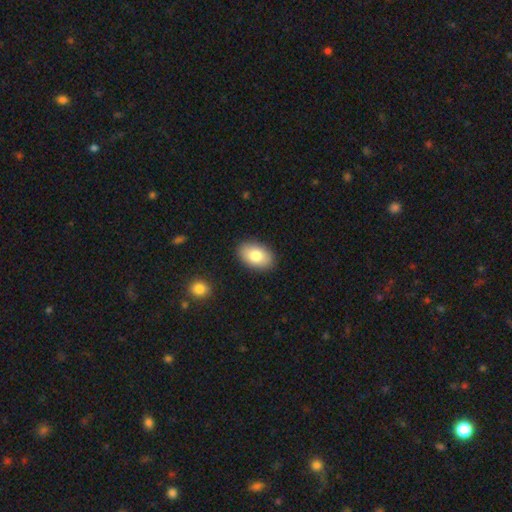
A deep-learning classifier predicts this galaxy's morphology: A smooth galaxy with no disk features (81%) that is in between round and cigar-shaped (91%). Merging: none (88%).